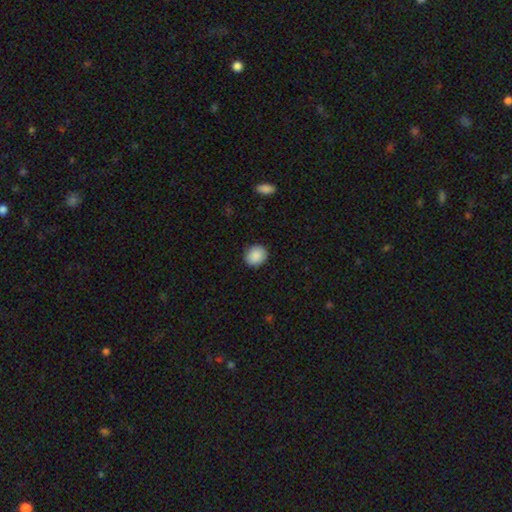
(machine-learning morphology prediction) smooth 89%, star or artifact 7%, featured or disk 3%. Down the decision tree: how rounded — round (79%); merging — none (89%).